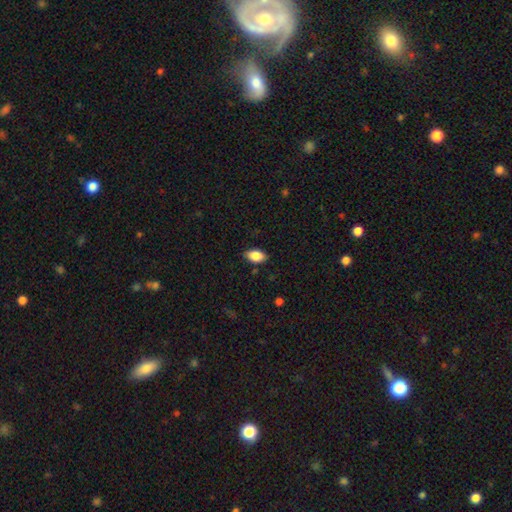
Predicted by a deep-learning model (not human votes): Overall: smooth (86%). How rounded: in between (92%). Merging: none (85%).